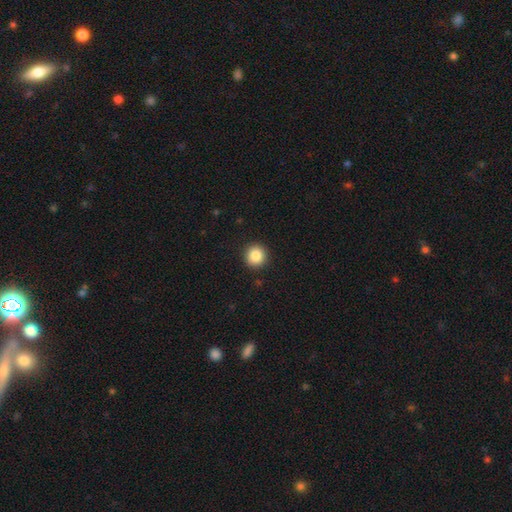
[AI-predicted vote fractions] Smooth or featured? Predicted: smooth (p=0.87). How rounded? Predicted: round (p=0.94). Merging? Predicted: none (p=0.92).